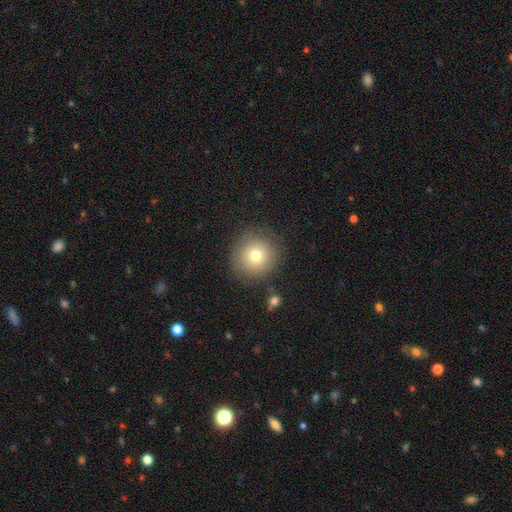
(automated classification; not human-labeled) This is likely a smooth galaxy (74%). How rounded: clearly round (94%). Merging: clearly none (85%).